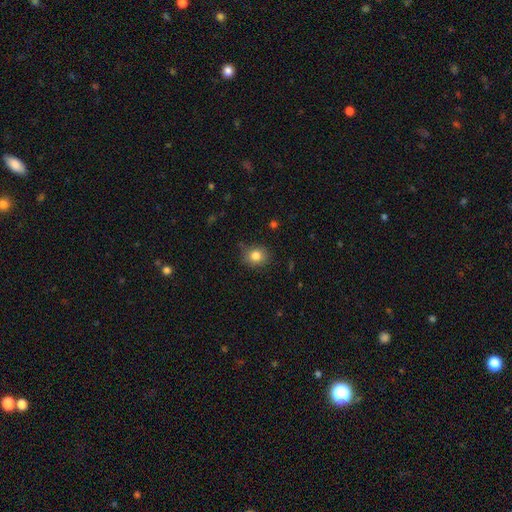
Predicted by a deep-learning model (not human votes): Morphology: type=smooth (83%); roundness=round (74%); merging=none (81%).